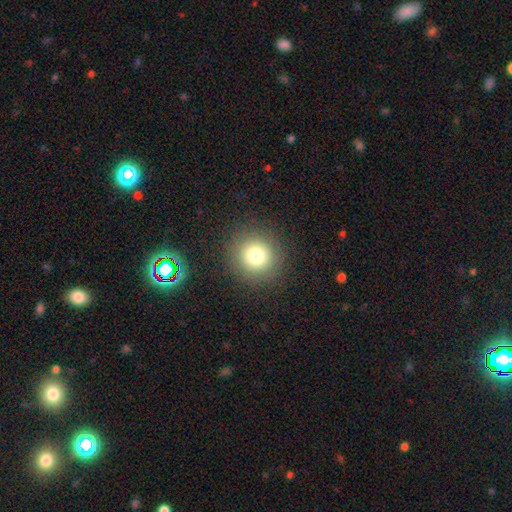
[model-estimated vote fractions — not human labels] Smooth or featured? smooth (78%)
How rounded? round (94%)
Merging? none (89%)